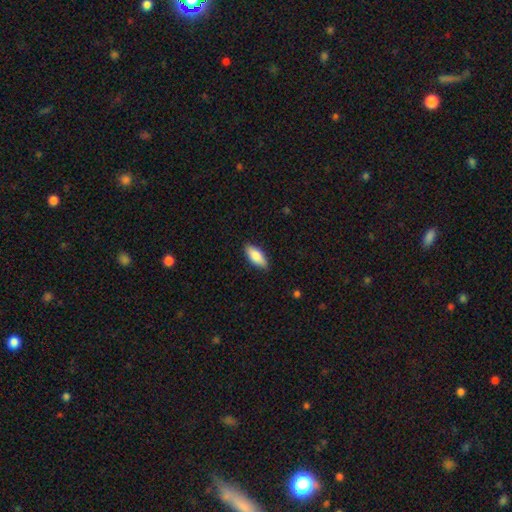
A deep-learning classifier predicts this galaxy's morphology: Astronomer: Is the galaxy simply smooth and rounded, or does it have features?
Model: smooth — 82%.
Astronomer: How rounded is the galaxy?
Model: in between — 82%.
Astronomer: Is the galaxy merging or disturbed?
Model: none — 86%.